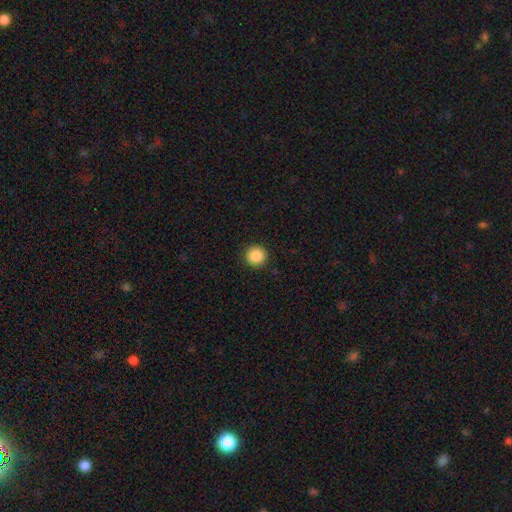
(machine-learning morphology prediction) This is clearly a smooth galaxy (88%). How rounded: clearly round (96%). Merging: clearly none (93%).